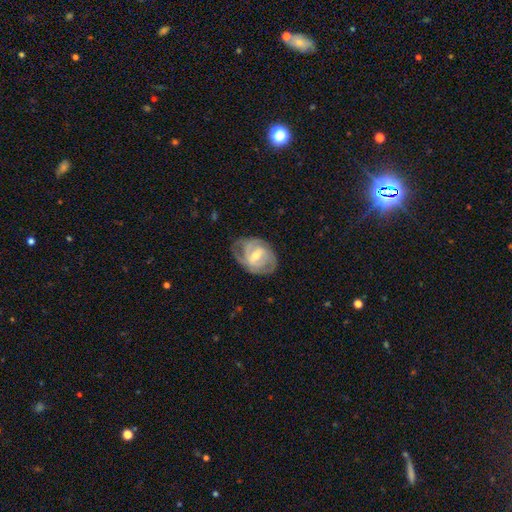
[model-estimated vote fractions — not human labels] Q: Smooth or featured?
A: featured or disk (81%); runner-up: smooth (14%)
Q: Edge-on disk?
A: no (97%); runner-up: yes (3%)
Q: Bar?
A: weak (52%); runner-up: strong (28%)
Q: Spiral arms?
A: yes (89%); runner-up: no (11%)
Q: Spiral winding?
A: tight (57%); runner-up: medium (33%)
Q: Spiral arm count?
A: 2 (39%); runner-up: can't tell (28%)
Q: Bulge size?
A: moderate (61%); runner-up: small (35%)
Q: Merging?
A: none (65%); runner-up: minor disturbance (24%)